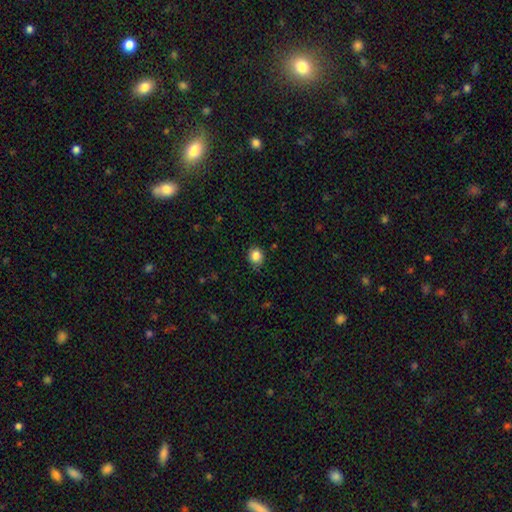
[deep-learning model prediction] Q: Smooth or featured?
A: smooth (85%); runner-up: star or artifact (10%)
Q: How rounded?
A: round (72%); runner-up: in between (27%)
Q: Merging?
A: none (84%); runner-up: minor disturbance (13%)